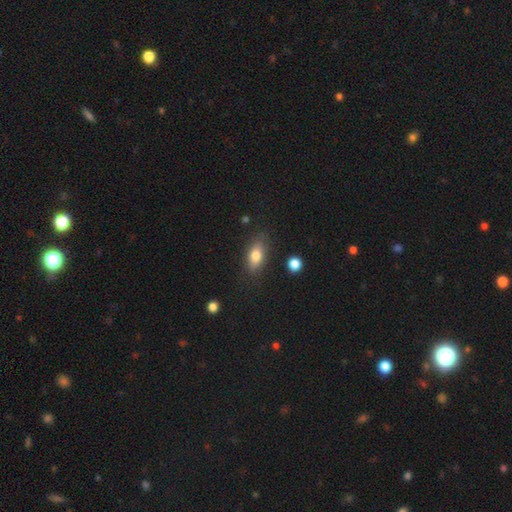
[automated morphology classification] This is likely a smooth galaxy (76%). How rounded: clearly in between (83%). Merging: likely none (80%).